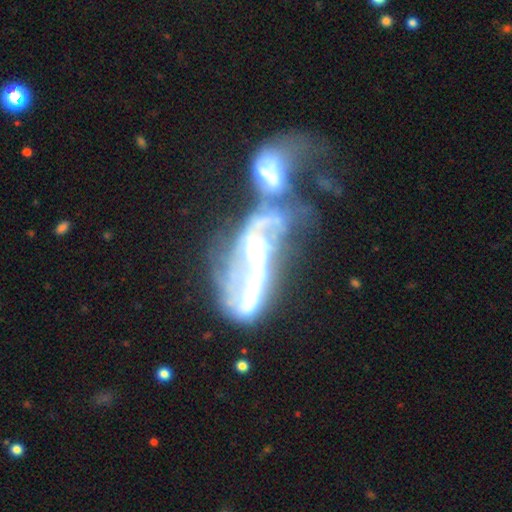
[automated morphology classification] Overall: featured or disk (75%). Edge-on disk: no (87%). Bar: no (41%; strong 38%). Spiral arms: yes (56%; no 44%). Bulge size: moderate (45%; small 19%). Merging: merger (57%; major disturbance 24%).